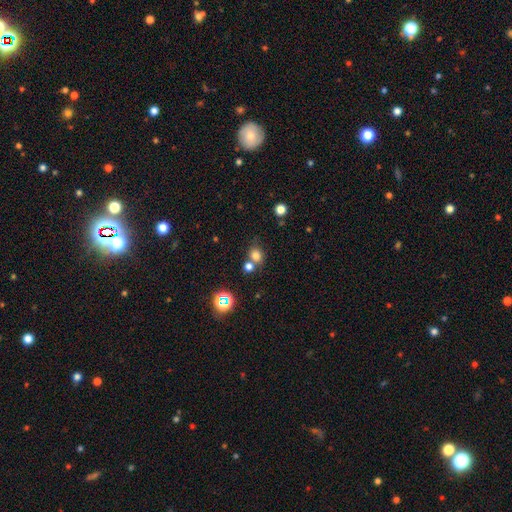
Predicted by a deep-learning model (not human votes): Smooth or featured? smooth (75%)
How rounded? round (74%)
Merging? none (57%)